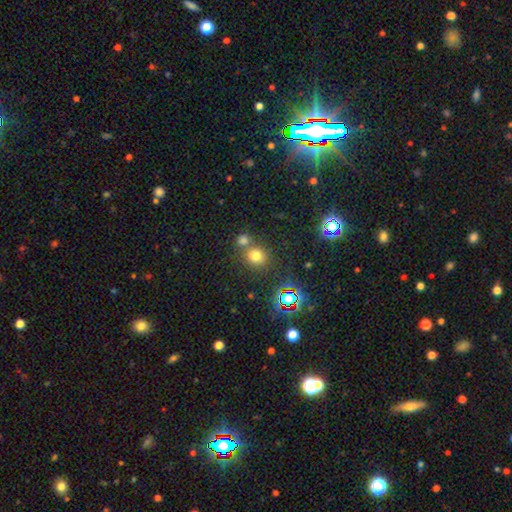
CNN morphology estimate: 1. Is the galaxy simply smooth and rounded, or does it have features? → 70% smooth, 23% star or artifact, 7% featured or disk.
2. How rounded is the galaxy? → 85% round, 14% in between, 1% cigar-shaped.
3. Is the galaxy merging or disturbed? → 61% none, 28% merger, 8% minor disturbance, 3% major disturbance.